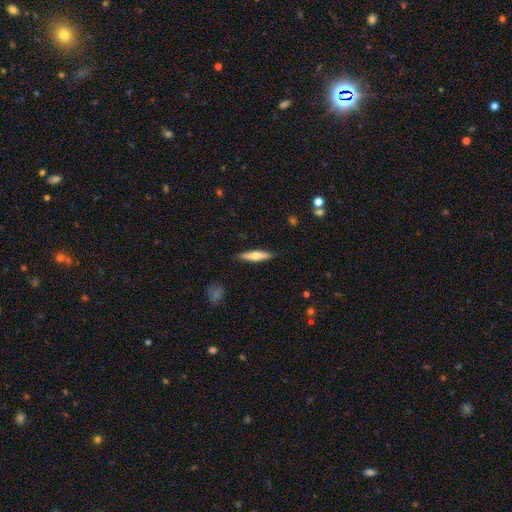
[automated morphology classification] The model was most divided on "smooth or featured": smooth: 59%, featured or disk: 35%, star or artifact: 5%. More confident: merging — none (88%); how rounded — cigar-shaped (79%).